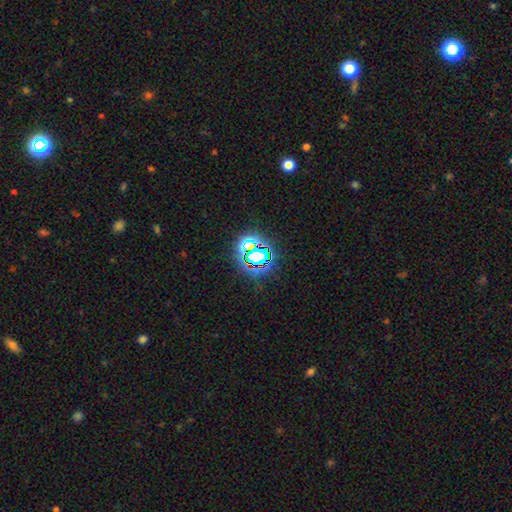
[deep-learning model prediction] This is likely a star or artifact rather than a galaxy (69%).